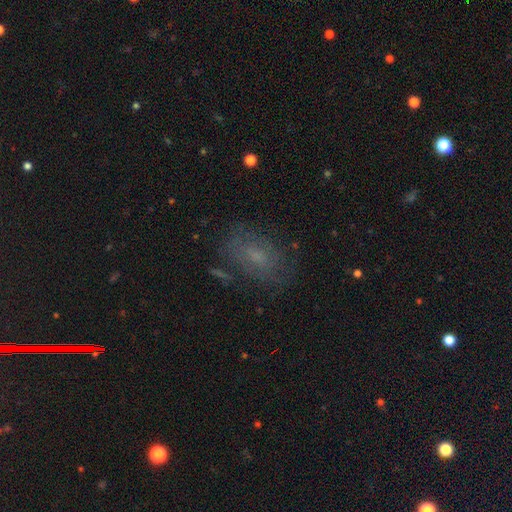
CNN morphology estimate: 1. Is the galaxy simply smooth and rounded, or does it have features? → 45% smooth, 35% featured or disk, 20% star or artifact.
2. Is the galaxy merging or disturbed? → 71% none, 17% minor disturbance, 9% major disturbance, 3% merger.